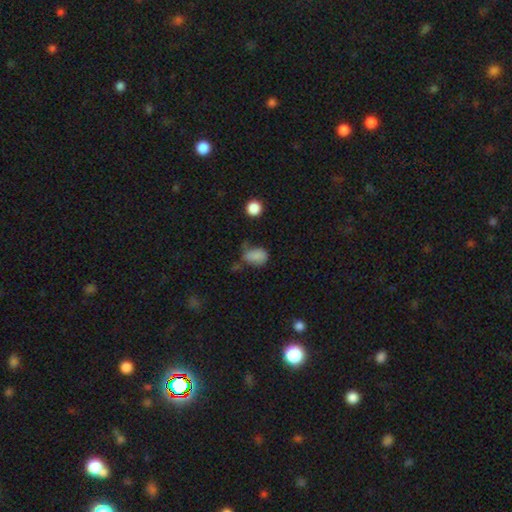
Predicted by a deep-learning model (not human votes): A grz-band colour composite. It shows a smooth galaxy with no disk features (81%) that is in between round and cigar-shaped (76%). Merging: none (44%).